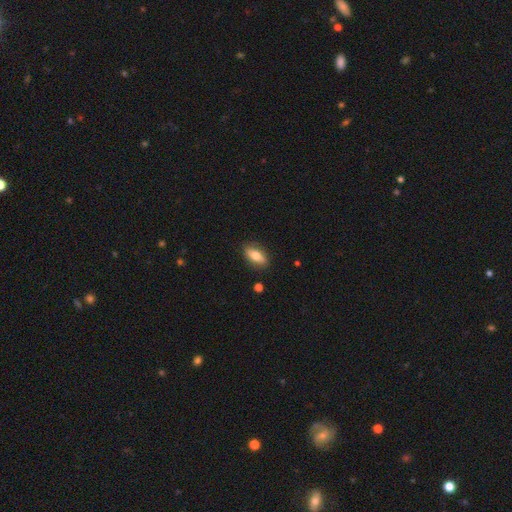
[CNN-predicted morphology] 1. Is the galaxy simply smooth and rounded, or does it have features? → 68% smooth, 25% featured or disk, 7% star or artifact.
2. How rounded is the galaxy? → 77% in between, 19% cigar-shaped, 4% round.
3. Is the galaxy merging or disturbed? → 85% none, 12% minor disturbance, 2% major disturbance, 1% merger.